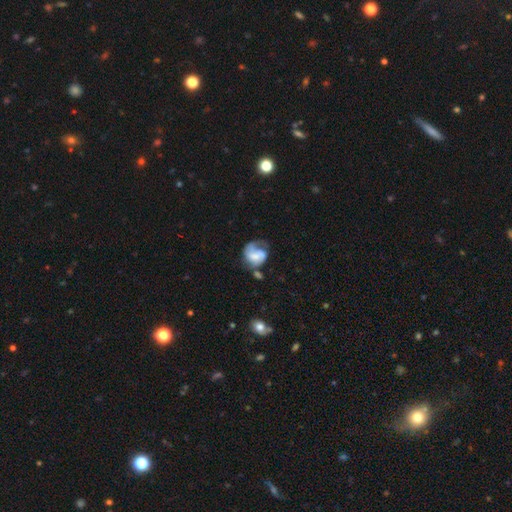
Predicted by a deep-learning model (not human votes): The model was most divided on "merging": major disturbance: 34%, none: 32%, minor disturbance: 24%, merger: 10%. Remaining: edge-on disk — no (98%); spiral arms — yes (73%); bar — no (57%); smooth or featured — featured or disk (54%); bulge size — small (31%).